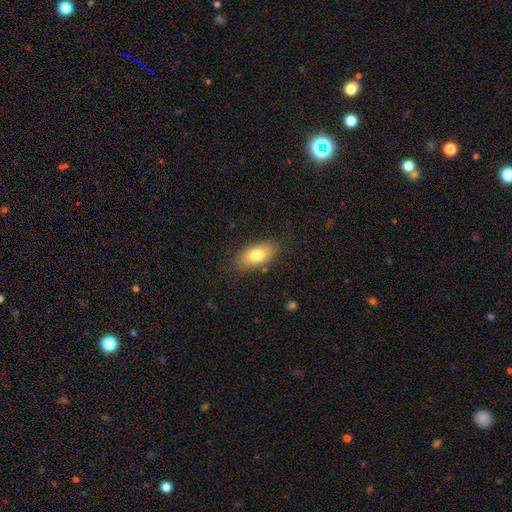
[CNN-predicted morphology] A smooth galaxy with no disk features (77%) that is in between round and cigar-shaped (88%).

Vote fractions:
- Smooth or featured? smooth: 77% / featured or disk: 15% / star or artifact: 7%
- How rounded? in between: 88% / cigar-shaped: 7% / round: 5%
- Merging? none: 82% / minor disturbance: 13% / major disturbance: 3% / merger: 1%